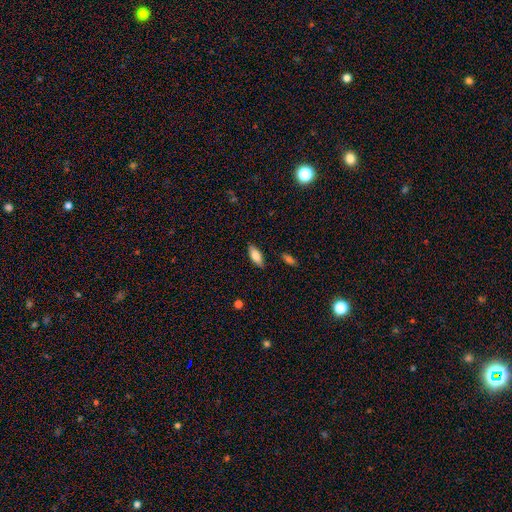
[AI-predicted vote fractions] A smooth galaxy with no disk features (80%) that is in between round and cigar-shaped (81%). Merging: none (86%).